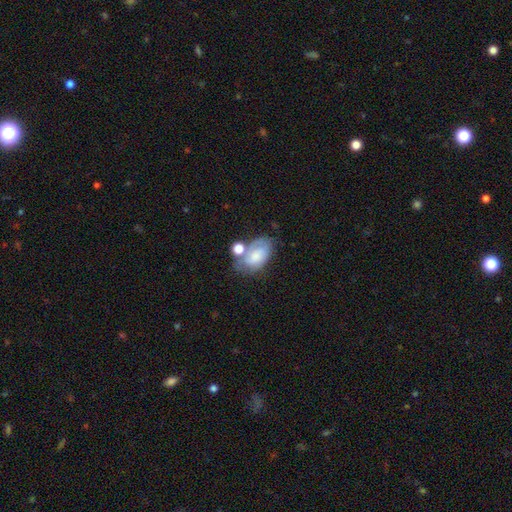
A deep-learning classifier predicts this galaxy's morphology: A smooth galaxy with no disk features (56%) that is in between round and cigar-shaped (88%). Merging: none (39%).